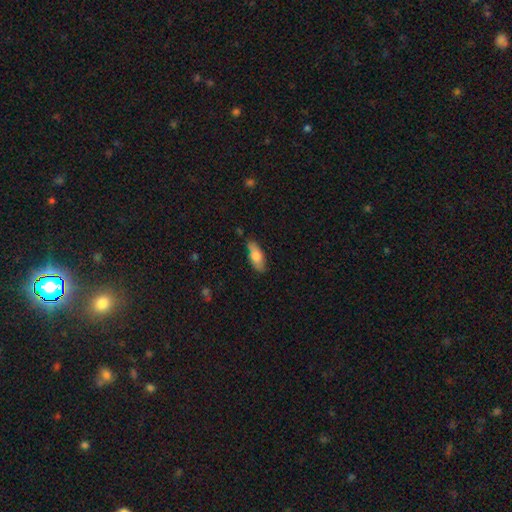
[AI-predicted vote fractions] Smooth or featured? smooth (73%)
How rounded? in between (75%)
Merging? none (74%)